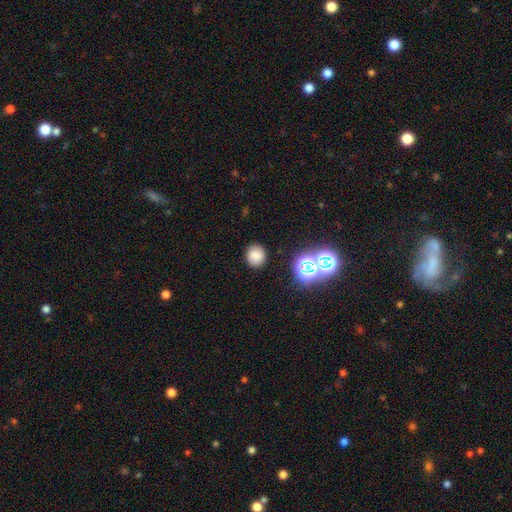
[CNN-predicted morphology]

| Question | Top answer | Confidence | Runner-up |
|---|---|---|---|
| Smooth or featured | smooth | 78% | star or artifact (15%) |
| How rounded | round | 73% | in between (26%) |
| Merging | none | 87% | minor disturbance (9%) |